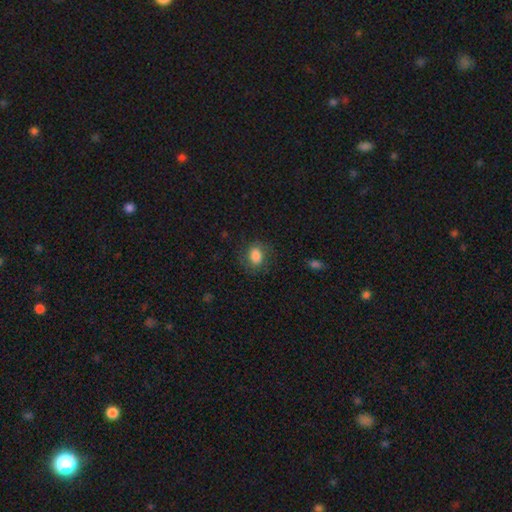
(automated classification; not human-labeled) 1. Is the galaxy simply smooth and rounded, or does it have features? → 78% smooth, 14% featured or disk, 9% star or artifact.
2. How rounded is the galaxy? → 61% in between, 37% round, 1% cigar-shaped.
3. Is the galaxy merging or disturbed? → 72% none, 18% minor disturbance, 9% major disturbance, 1% merger.